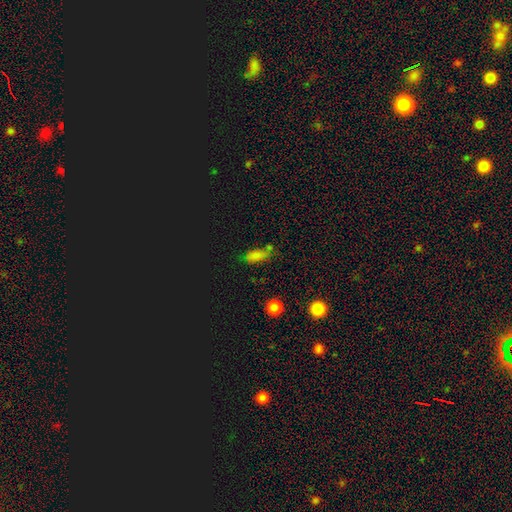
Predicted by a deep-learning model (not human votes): Smooth or featured? Predicted: smooth (p=0.64). How rounded? Predicted: in between (p=0.77). Merging? Predicted: none (p=0.52).